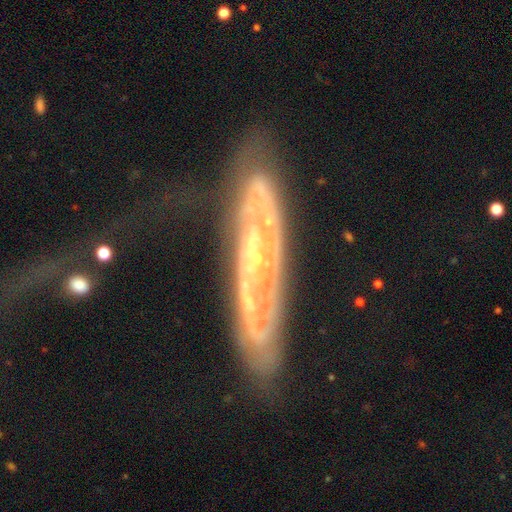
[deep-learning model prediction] Smooth or featured: featured or disk — 85% (smooth — 8%)
Edge-on disk: no — 75% (yes — 25%)
Bar: no — 52% (weak — 29%)
Spiral arms: yes — 87% (no — 13%)
Spiral winding: tight — 56% (medium — 32%)
Spiral arm count: 2 — 47% (can't tell — 34%)
Bulge size: small — 72% (moderate — 23%)
Merging: none — 51% (minor disturbance — 22%)